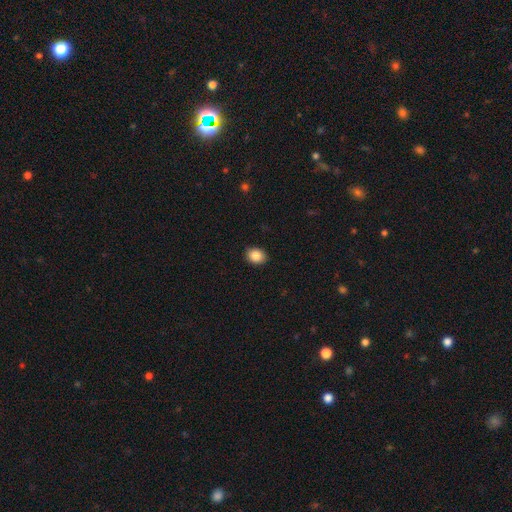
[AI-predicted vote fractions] This is clearly a smooth galaxy (86%). How rounded: possibly in between (55%). Merging: clearly none (91%).